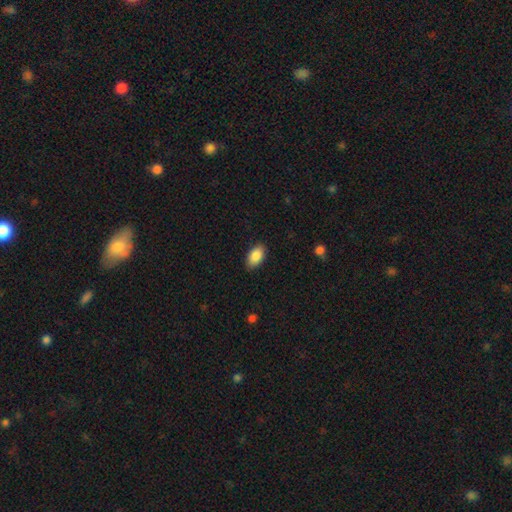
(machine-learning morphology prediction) smooth-or-featured: smooth: 88% | star or artifact: 7% | featured or disk: 5%
  how-rounded: in between: 93% | round: 4% | cigar-shaped: 2%
  merging: none: 86% | minor disturbance: 11% | major disturbance: 2% | merger: 1%